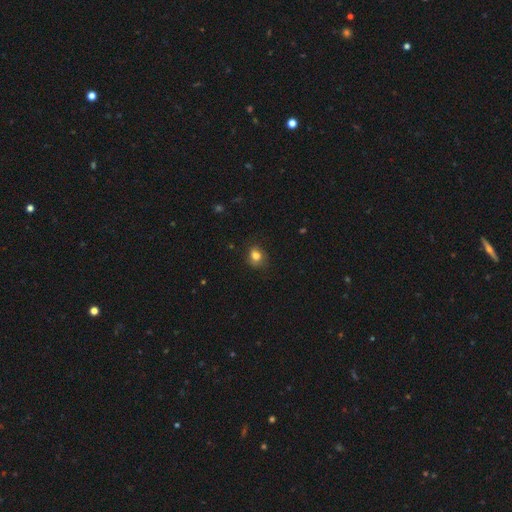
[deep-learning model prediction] Smooth or featured? Predicted: smooth (p=0.80). How rounded? Predicted: round (p=0.52). Merging? Predicted: none (p=0.69).